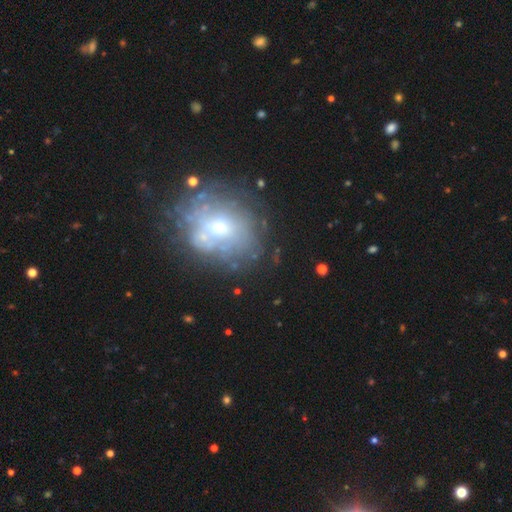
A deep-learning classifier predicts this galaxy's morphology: A featured or disk galaxy (49%). Merging: none (67%).